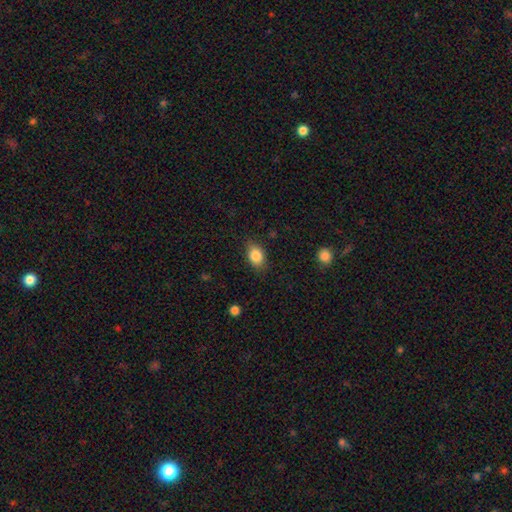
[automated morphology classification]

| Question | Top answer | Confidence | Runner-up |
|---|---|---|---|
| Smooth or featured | smooth | 85% | star or artifact (8%) |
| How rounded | in between | 76% | round (22%) |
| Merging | none | 82% | minor disturbance (14%) |